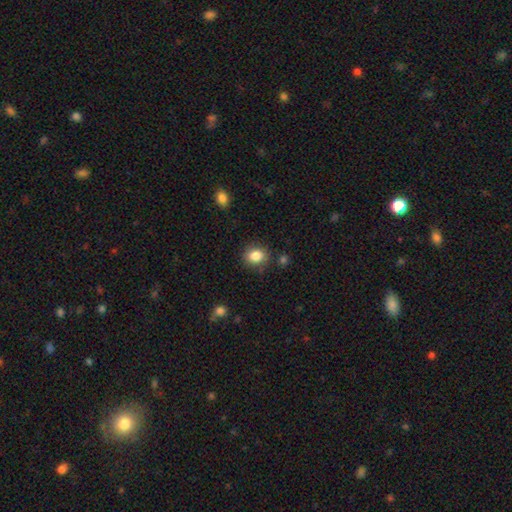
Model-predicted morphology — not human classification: Smooth or featured: smooth — 85% (star or artifact — 10%)
How rounded: round — 57% (in between — 42%)
Merging: none — 83% (minor disturbance — 11%)